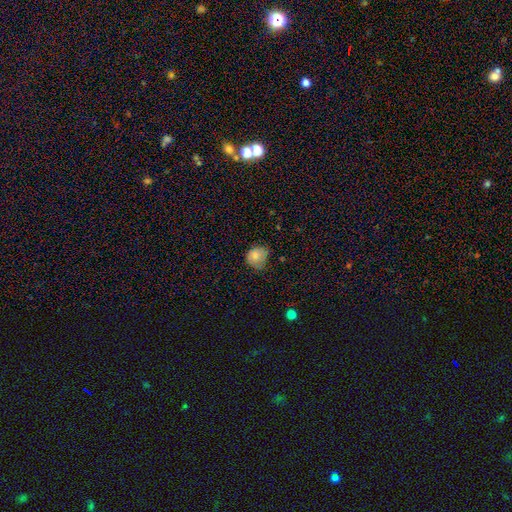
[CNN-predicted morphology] smooth_or_featured: smooth (p=0.81) [alt: featured or disk p=0.10]
how_rounded: round (p=0.75) [alt: in between p=0.24]
merging: none (p=0.55) [alt: minor disturbance p=0.35]